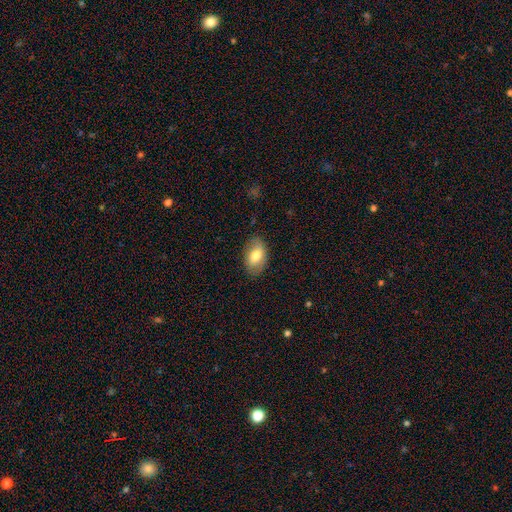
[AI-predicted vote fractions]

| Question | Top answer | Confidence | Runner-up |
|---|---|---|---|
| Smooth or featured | smooth | 71% | featured or disk (22%) |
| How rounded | in between | 91% | round (8%) |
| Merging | none | 81% | minor disturbance (14%) |